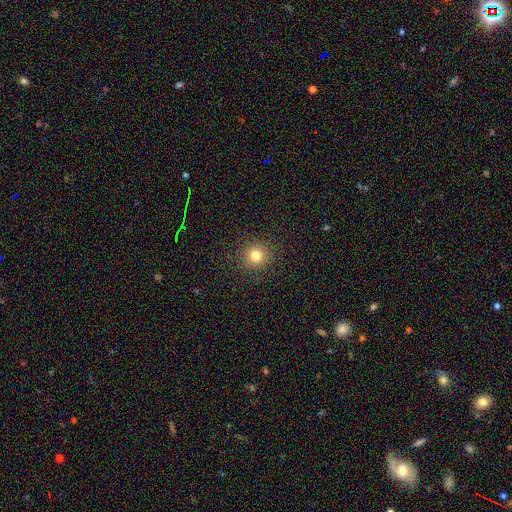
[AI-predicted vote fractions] A smooth galaxy with no disk features (79%) that is round (94%).

Vote fractions:
- Smooth or featured? smooth: 79% / star or artifact: 15% / featured or disk: 7%
- How rounded? round: 94% / in between: 5% / cigar-shaped: 1%
- Merging? none: 91% / minor disturbance: 6% / major disturbance: 2% / merger: 1%